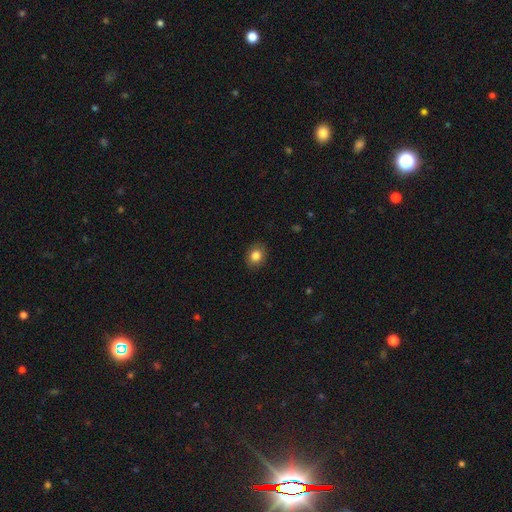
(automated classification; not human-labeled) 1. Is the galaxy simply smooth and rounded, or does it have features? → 83% smooth, 9% star or artifact, 8% featured or disk.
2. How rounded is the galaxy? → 51% round, 48% in between, 1% cigar-shaped.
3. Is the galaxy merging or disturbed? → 86% none, 11% minor disturbance, 3% major disturbance, 1% merger.